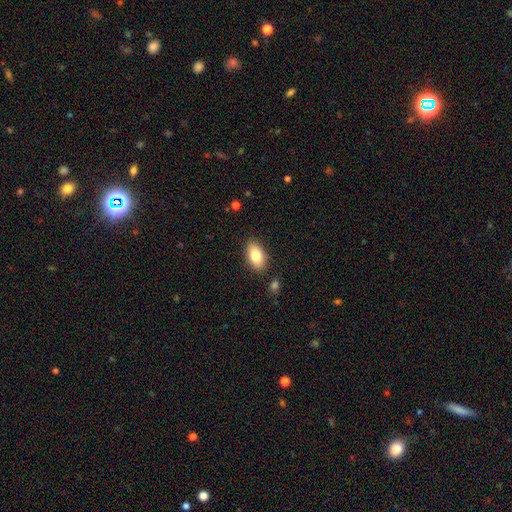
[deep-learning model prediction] Overall: smooth (81%). How rounded: in between (91%). Merging: none (85%).